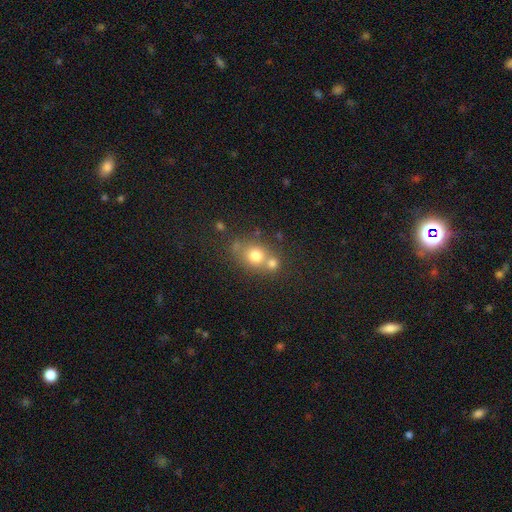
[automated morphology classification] This appears to be a smooth galaxy with no disk features (72%) that is round (70%). Merging: merger (45%).